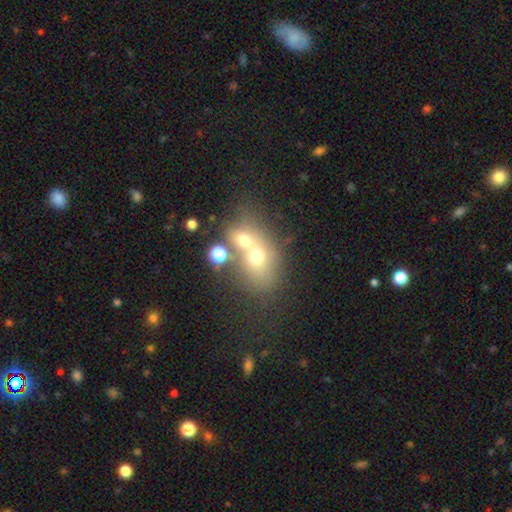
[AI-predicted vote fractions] smooth 56%, featured or disk 28%, star or artifact 17%. Down the decision tree: how rounded — in between (51%); merging — merger (61%).